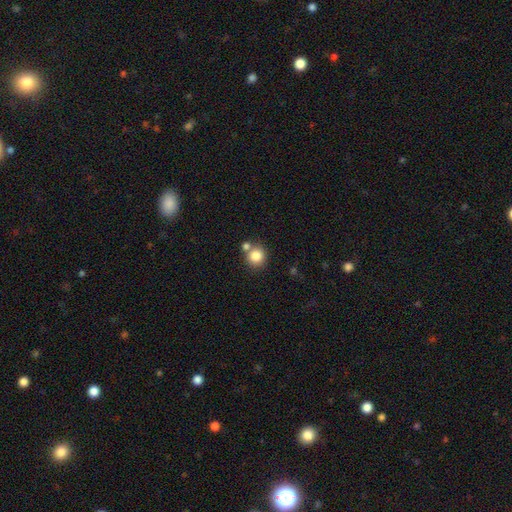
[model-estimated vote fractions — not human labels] Smooth or featured? smooth (83%)
How rounded? round (90%)
Merging? none (64%)